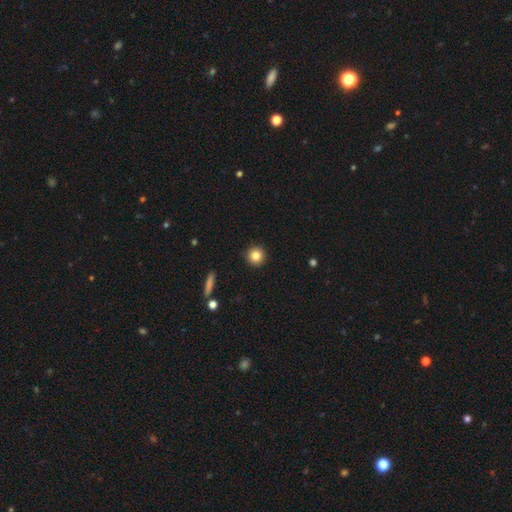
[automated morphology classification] This appears to be a smooth galaxy with no disk features (82%) that is round (95%). Merging: none (93%).